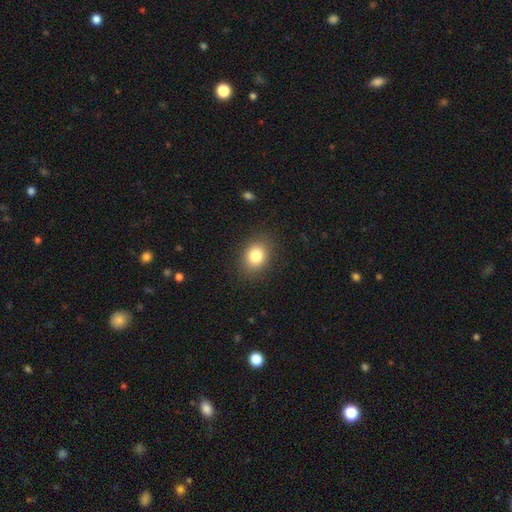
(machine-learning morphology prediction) Smooth or featured? smooth (82%)
How rounded? in between (51%)
Merging? none (87%)